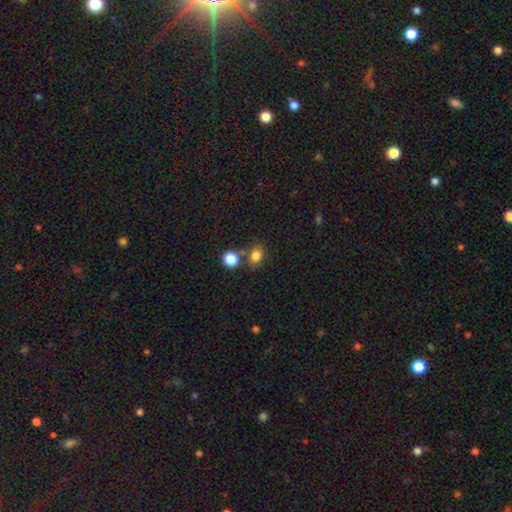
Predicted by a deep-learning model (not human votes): The model was most divided on "how rounded": round: 51%, in between: 48%, cigar-shaped: 1%. More confident: smooth or featured — smooth (81%); merging — none (66%).